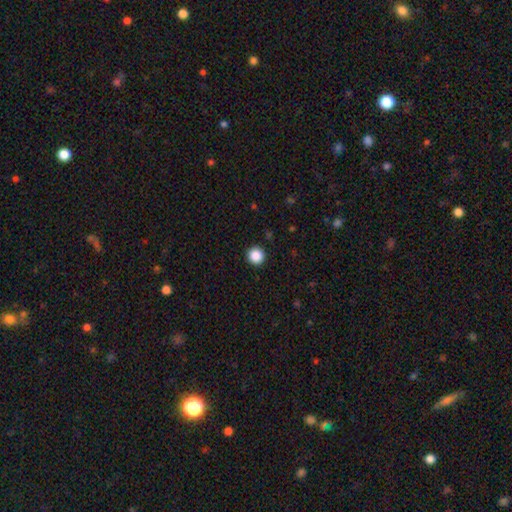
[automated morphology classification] smooth 87%, star or artifact 10%, featured or disk 3%. Down the decision tree: how rounded — round (96%); merging — none (93%).